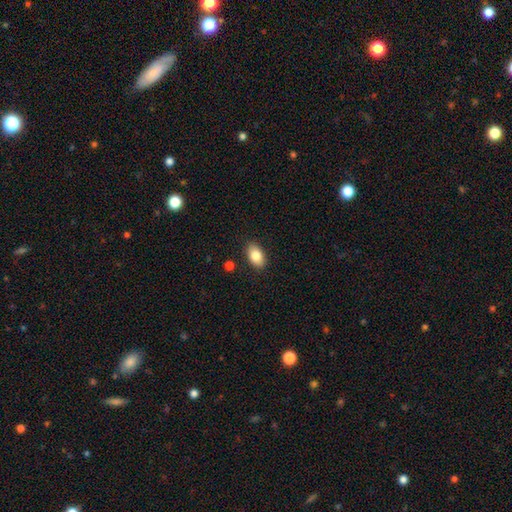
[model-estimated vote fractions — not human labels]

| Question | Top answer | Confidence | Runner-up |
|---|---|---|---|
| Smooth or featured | smooth | 83% | featured or disk (9%) |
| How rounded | in between | 91% | round (7%) |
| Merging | none | 88% | minor disturbance (9%) |